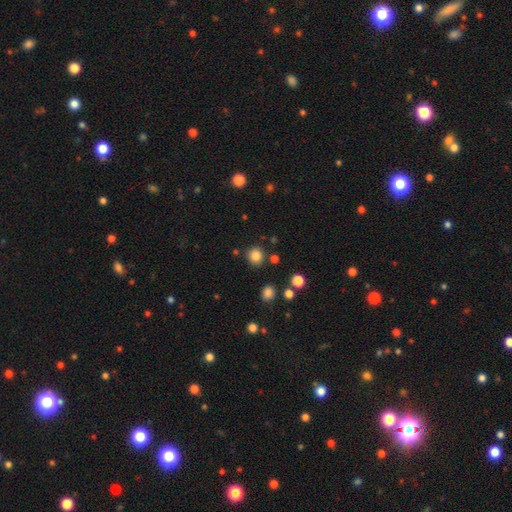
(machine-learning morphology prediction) This appears to be a smooth galaxy with no disk features (83%) that is round (90%). Merging: none (86%).